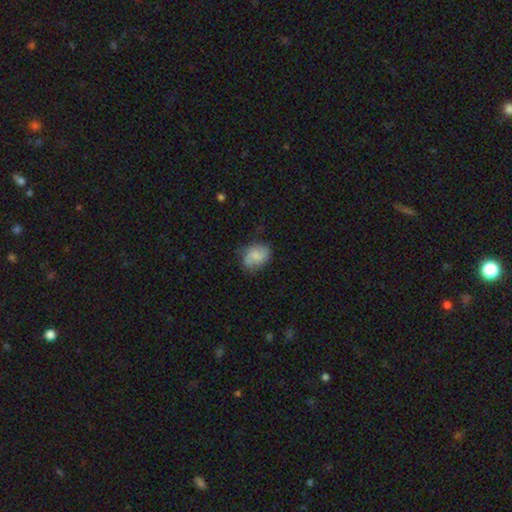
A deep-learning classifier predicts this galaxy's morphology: smooth 64%, featured or disk 28%, star or artifact 8%. Down the decision tree: how rounded — in between (65%); merging — none (61%).